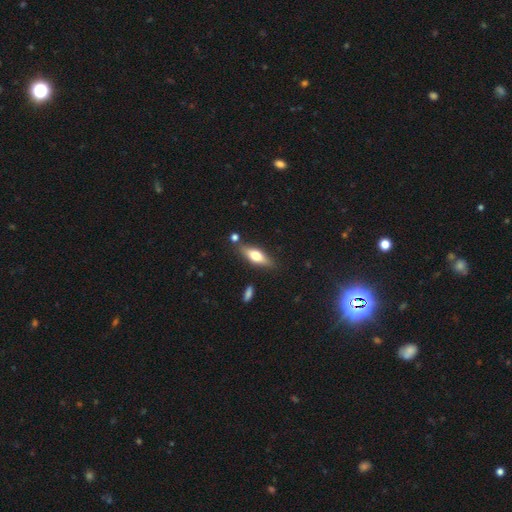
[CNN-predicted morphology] Smooth or featured? smooth (51%)
How rounded? in between (52%)
Merging? none (79%)